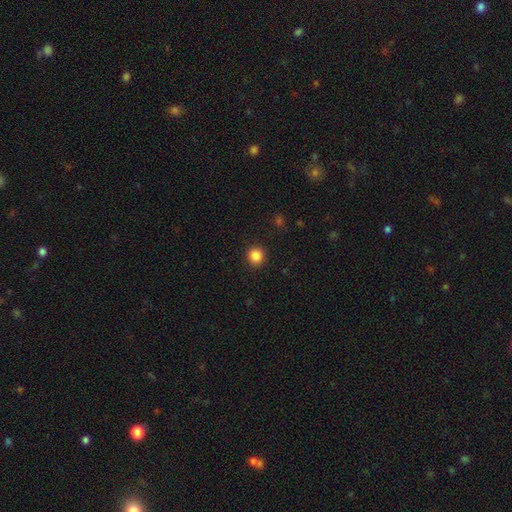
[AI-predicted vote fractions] The model was most divided on "smooth or featured": smooth: 86%, star or artifact: 10%, featured or disk: 3%. More confident: merging — none (92%); how rounded — round (90%).